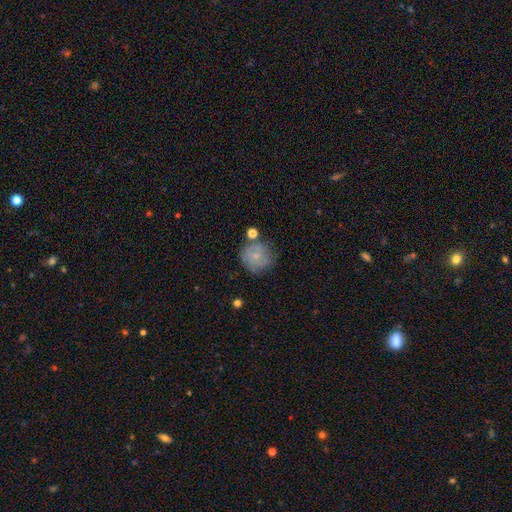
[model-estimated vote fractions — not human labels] smooth 64%, featured or disk 27%, star or artifact 9%. Down the decision tree: how rounded — round (89%); merging — none (60%).